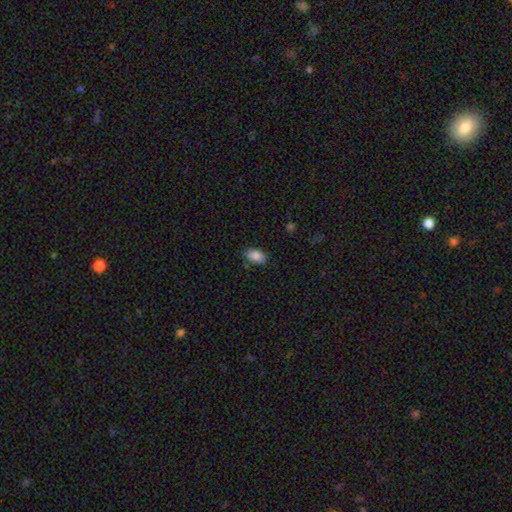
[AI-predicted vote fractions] Smooth or featured? Predicted: smooth (p=0.87). How rounded? Predicted: in between (p=0.90). Merging? Predicted: none (p=0.76).